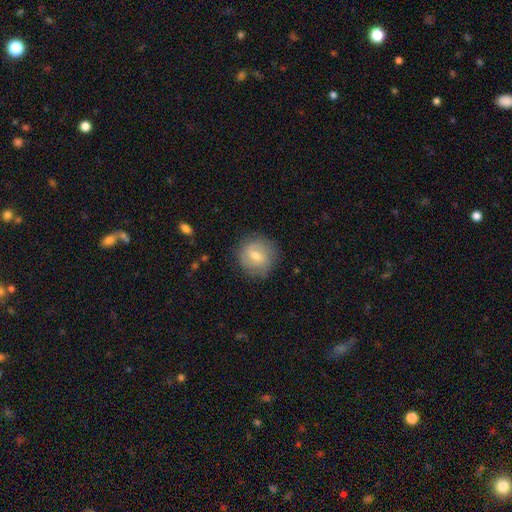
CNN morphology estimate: Q: Smooth or featured?
A: smooth (53%); runner-up: featured or disk (38%)
Q: How rounded?
A: round (87%); runner-up: in between (11%)
Q: Merging?
A: none (82%); runner-up: minor disturbance (13%)